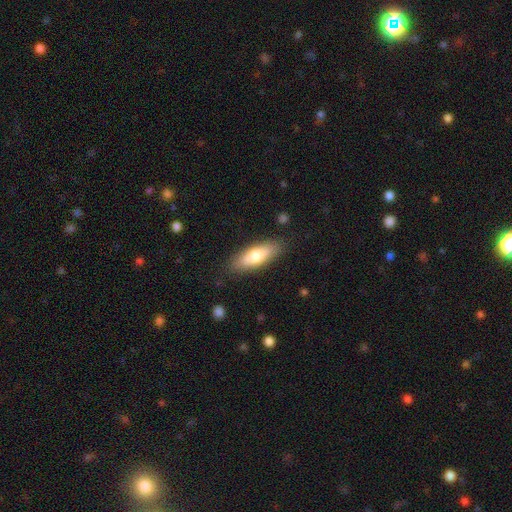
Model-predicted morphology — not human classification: smooth-or-featured: smooth: 70% | featured or disk: 24% | star or artifact: 6%
  how-rounded: in between: 62% | cigar-shaped: 36% | round: 2%
  merging: none: 85% | minor disturbance: 11% | major disturbance: 3% | merger: 1%